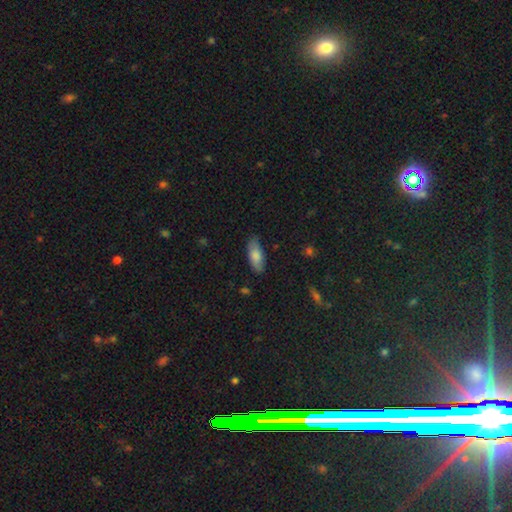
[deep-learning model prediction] This appears to be a smooth galaxy with no disk features (78%) that is in between round and cigar-shaped (77%). Merging: none (81%).